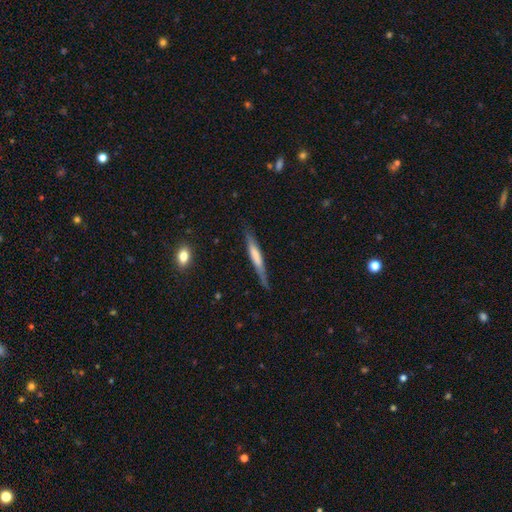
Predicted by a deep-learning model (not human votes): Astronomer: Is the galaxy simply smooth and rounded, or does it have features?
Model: smooth — 53% (runner-up: featured or disk, 42%).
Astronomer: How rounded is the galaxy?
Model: cigar-shaped — 94%.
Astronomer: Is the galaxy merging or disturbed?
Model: none — 76%.